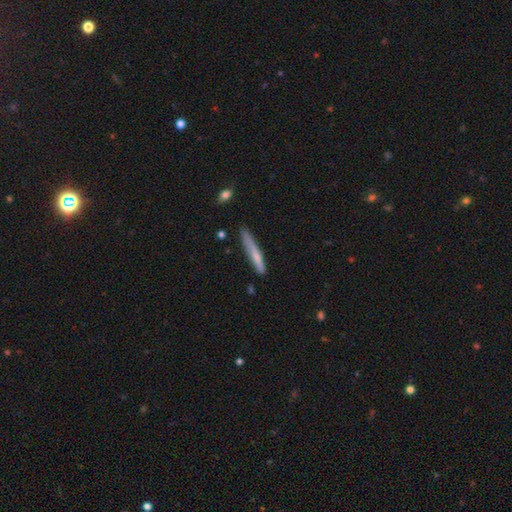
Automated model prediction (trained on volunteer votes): Smooth or featured?
  - smooth: 69% *
  - featured or disk: 25%
  - star or artifact: 6%
How rounded?
  - cigar-shaped: 95% *
  - in between: 4%
  - round: 1%
Merging?
  - none: 72% *
  - minor disturbance: 21%
  - major disturbance: 4%
  - merger: 3%